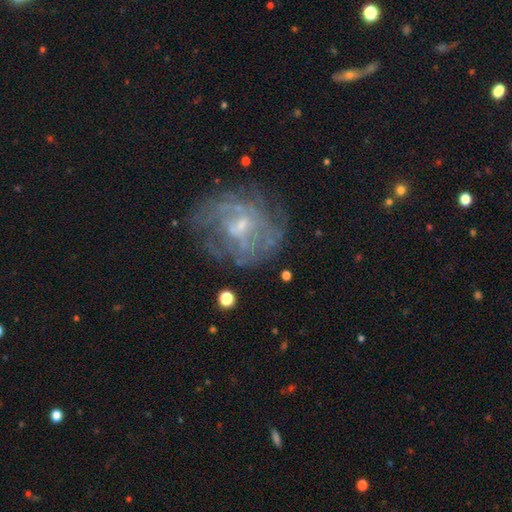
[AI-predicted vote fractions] This appears to be a featured or disk galaxy (73%) with no bar (51%), tight (47%) spiral arms (71%) and a small central bulge (66%). Merging: none (68%).